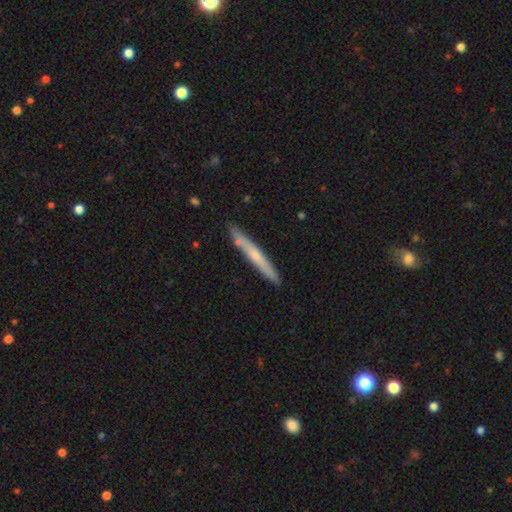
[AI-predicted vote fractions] A smooth galaxy with no disk features (51%) that is cigar-shaped (96%). Merging: none (86%).